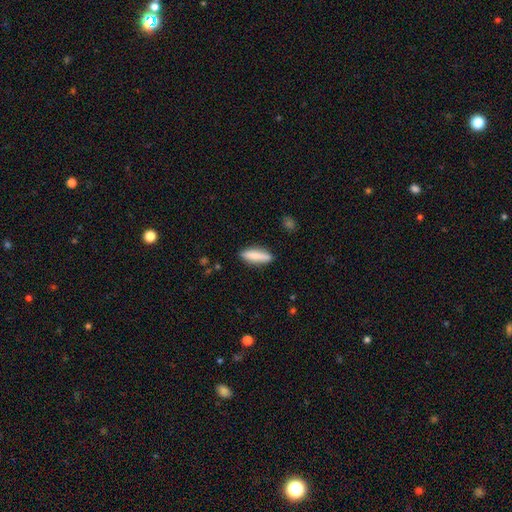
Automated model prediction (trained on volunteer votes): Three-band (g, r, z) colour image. It shows a smooth galaxy with no disk features (82%) that is cigar-shaped (61%). Merging: none (85%).